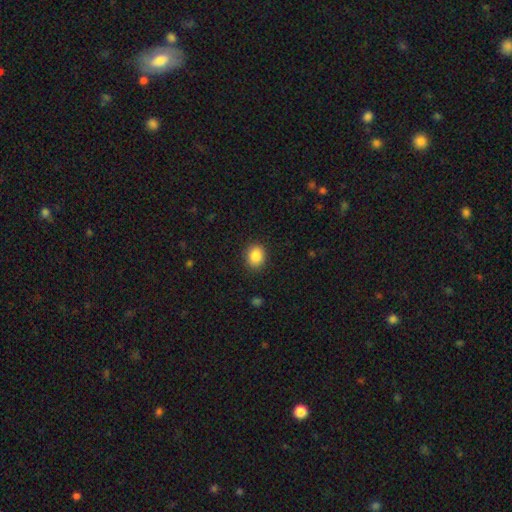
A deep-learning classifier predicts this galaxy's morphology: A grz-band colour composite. It shows a smooth galaxy with no disk features (88%) that is round (54%). Merging: none (88%).